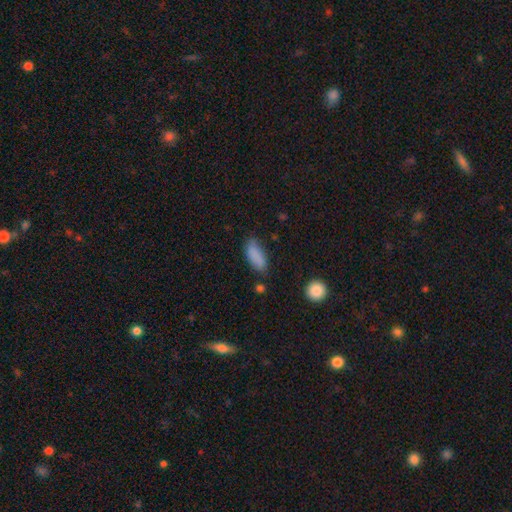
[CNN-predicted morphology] The model was most divided on "merging": none: 69%, minor disturbance: 22%, major disturbance: 5%, merger: 3%. More confident: smooth or featured — smooth (86%); how rounded — in between (80%).